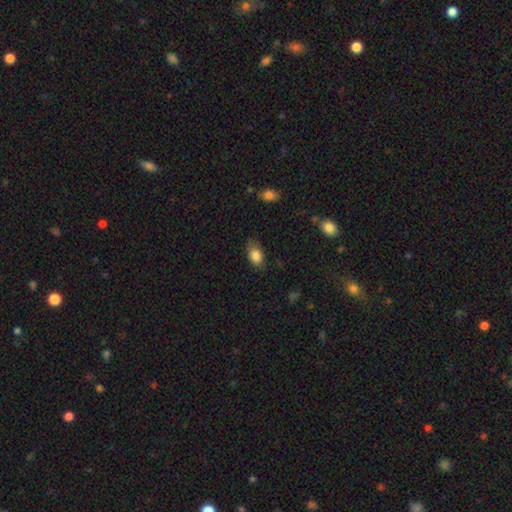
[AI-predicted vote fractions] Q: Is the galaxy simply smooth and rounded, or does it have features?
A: smooth — 84%.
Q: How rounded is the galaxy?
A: in between — 84%.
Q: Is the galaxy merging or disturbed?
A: none — 65%.